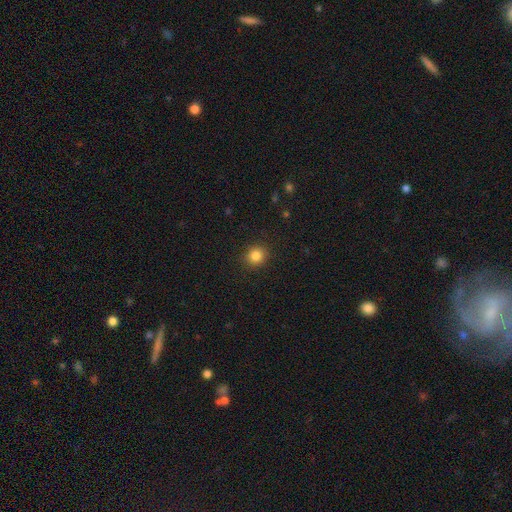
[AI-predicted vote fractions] Smooth or featured? Predicted: smooth (p=0.84). How rounded? Predicted: round (p=0.87). Merging? Predicted: none (p=0.91).